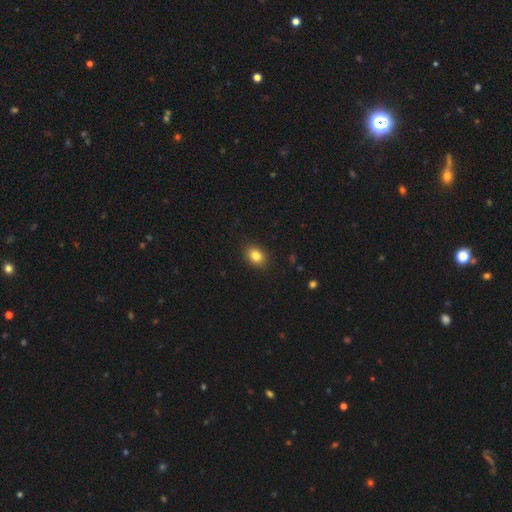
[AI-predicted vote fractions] Morphology: type=smooth (84%); roundness=in between (59%); merging=none (89%).